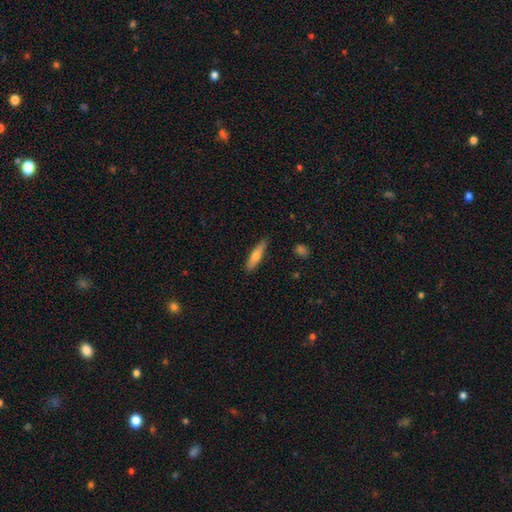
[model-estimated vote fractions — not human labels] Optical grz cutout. It shows a smooth galaxy with no disk features (62%) that is cigar-shaped (78%). Merging: none (86%).